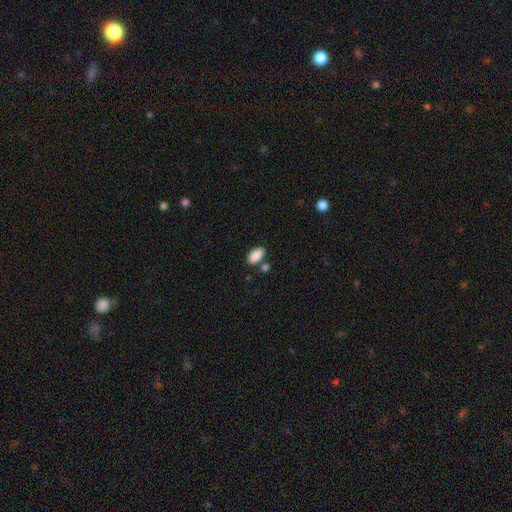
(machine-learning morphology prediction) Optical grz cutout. It shows a smooth galaxy with no disk features (88%) that is in between round and cigar-shaped (94%). Merging: none (74%).